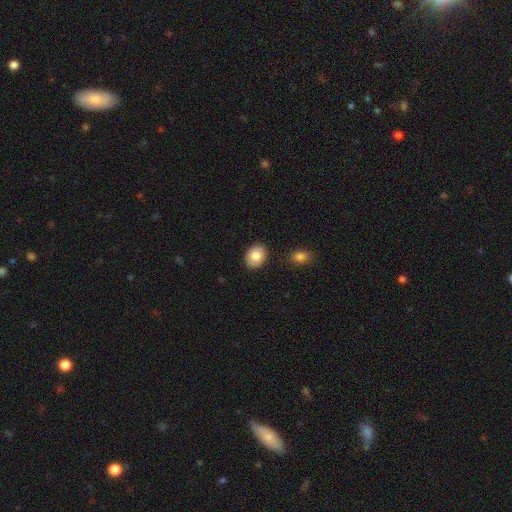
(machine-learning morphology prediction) A smooth galaxy with no disk features (81%) that is in between round and cigar-shaped (67%). Merging: none (88%).